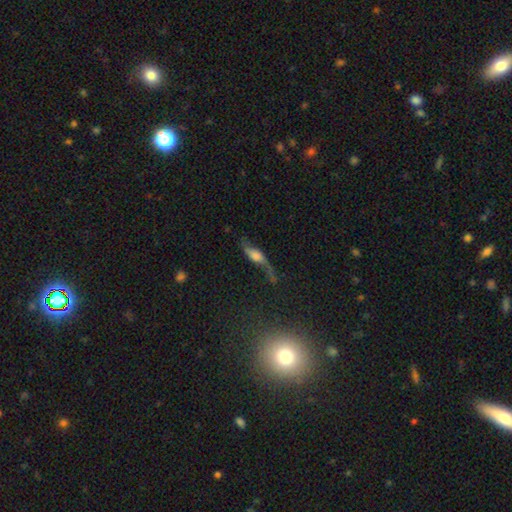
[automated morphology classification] This is possibly a featured or disk galaxy (57%). It is likely not viewed edge-on (60%). Merging: marginally none (40%).